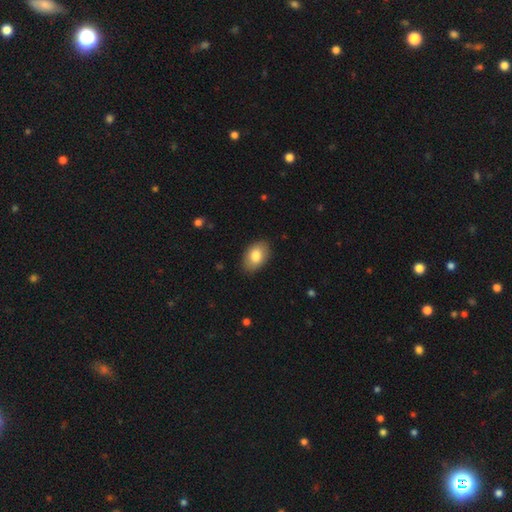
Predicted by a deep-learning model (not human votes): smooth_or_featured: smooth (p=0.82) [alt: featured or disk p=0.11]
how_rounded: in between (p=0.89) [alt: round p=0.10]
merging: none (p=0.87) [alt: minor disturbance p=0.10]